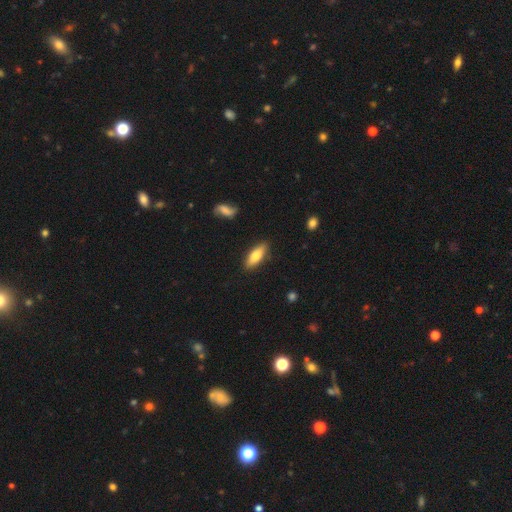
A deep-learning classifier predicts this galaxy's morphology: A smooth galaxy with no disk features (75%) that is in between round and cigar-shaped (65%).

Vote fractions:
- Smooth or featured? smooth: 75% / featured or disk: 19% / star or artifact: 6%
- How rounded? in between: 65% / cigar-shaped: 33% / round: 2%
- Merging? none: 85% / minor disturbance: 11% / major disturbance: 2% / merger: 2%